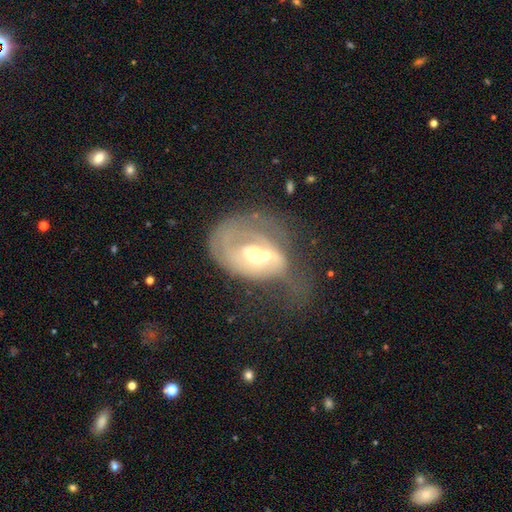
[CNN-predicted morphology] type=featured or disk (68%); edge-on=no (97%); bar=no (77%); spiral arms=yes (56%); bulge=moderate (59%); merging=merger (41%).